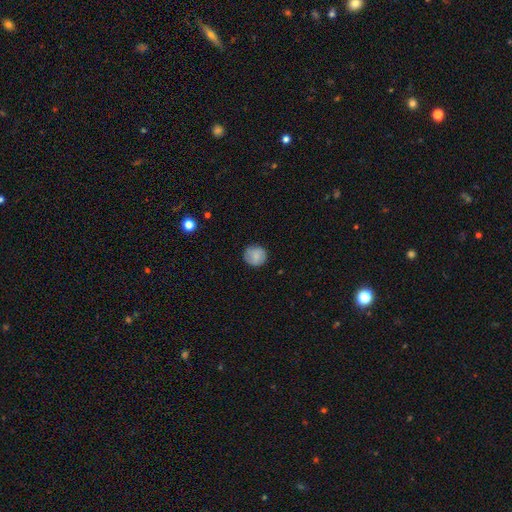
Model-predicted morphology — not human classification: smooth-or-featured: smooth: 77% | featured or disk: 16% | star or artifact: 7%
  how-rounded: round: 91% | in between: 8% | cigar-shaped: 1%
  merging: none: 84% | minor disturbance: 12% | major disturbance: 3% | merger: 1%